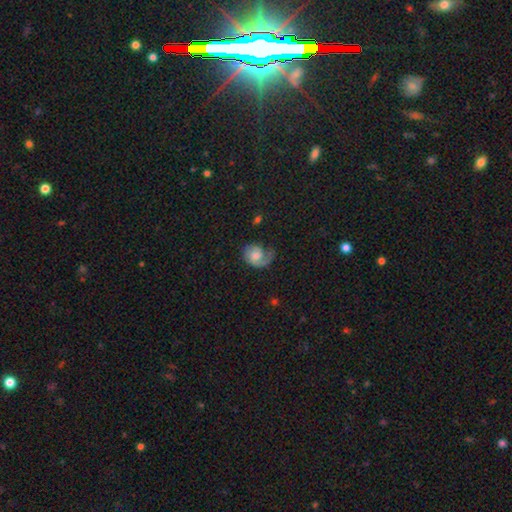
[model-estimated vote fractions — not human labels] Morphology: type=featured or disk (67%); edge-on=no (98%); bar=no (67%); spiral arms=yes (92%); winding=medium (41%); arm count=1 (54%); bulge=moderate (49%); merging=none (51%).